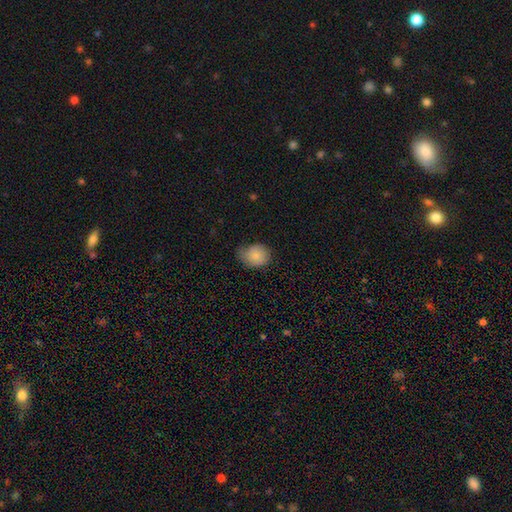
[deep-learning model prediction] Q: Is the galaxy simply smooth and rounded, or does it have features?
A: smooth — 84%.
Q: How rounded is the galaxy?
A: round — 54%.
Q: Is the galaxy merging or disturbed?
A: none — 56%.